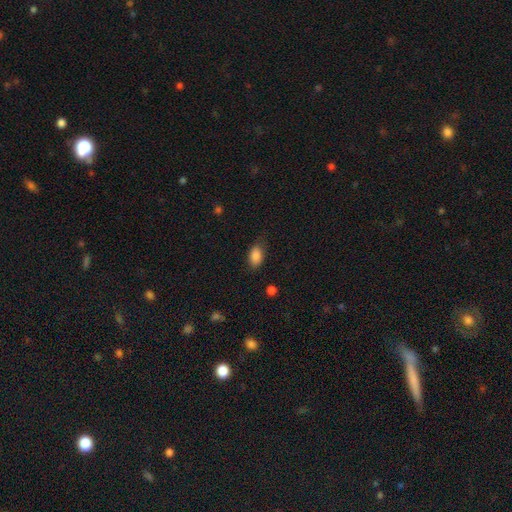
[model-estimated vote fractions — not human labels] smooth_or_featured: smooth (p=0.86) [alt: star or artifact p=0.08]
how_rounded: in between (p=0.91) [alt: round p=0.07]
merging: none (p=0.74) [alt: minor disturbance p=0.20]